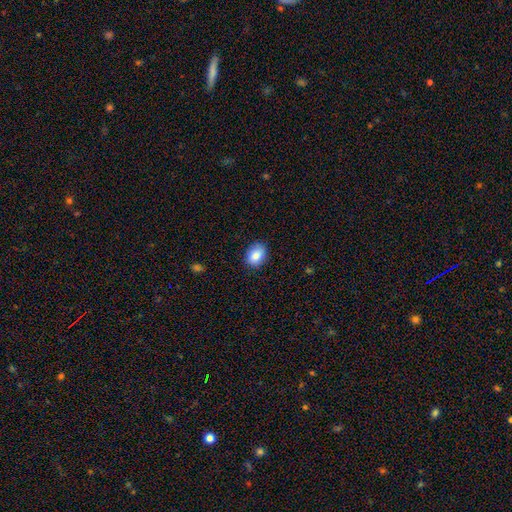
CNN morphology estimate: type=smooth (84%); roundness=in between (59%); merging=none (83%).